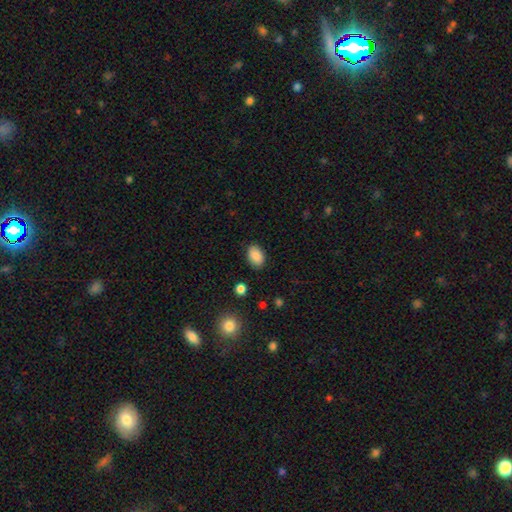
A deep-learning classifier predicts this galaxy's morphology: This appears to be a smooth galaxy with no disk features (88%) that is in between round and cigar-shaped (87%). Merging: none (86%).